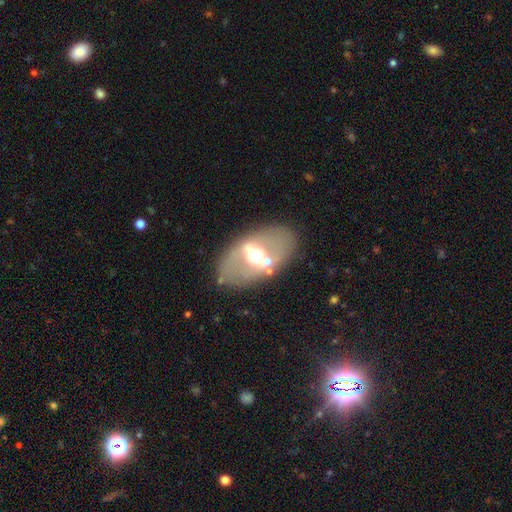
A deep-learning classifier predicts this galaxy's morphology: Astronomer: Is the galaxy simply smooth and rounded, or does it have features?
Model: featured or disk — 60%.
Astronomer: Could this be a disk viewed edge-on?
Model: no — 85%.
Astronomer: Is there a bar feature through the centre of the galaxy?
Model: strong — 44% (runner-up: weak, 33%).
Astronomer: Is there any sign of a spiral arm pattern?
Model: no — 88%.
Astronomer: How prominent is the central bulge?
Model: moderate — 66%.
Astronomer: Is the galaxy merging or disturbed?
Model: none — 75%.